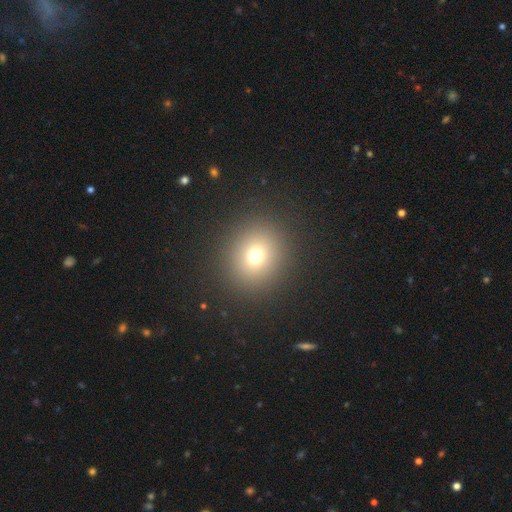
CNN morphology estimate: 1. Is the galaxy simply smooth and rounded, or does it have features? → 71% smooth, 20% star or artifact, 10% featured or disk.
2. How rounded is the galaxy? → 86% round, 13% in between, 1% cigar-shaped.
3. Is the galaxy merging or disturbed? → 89% none, 6% minor disturbance, 4% major disturbance, 1% merger.